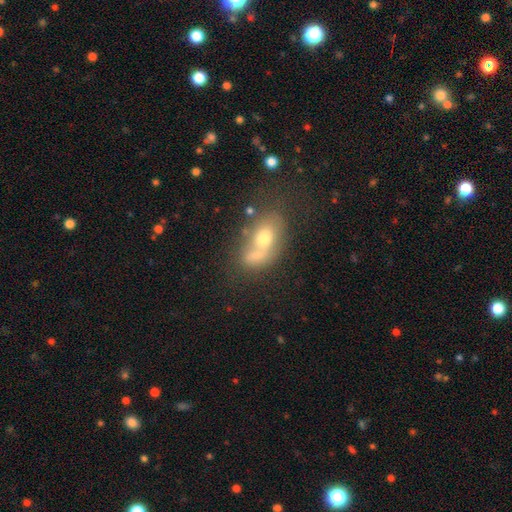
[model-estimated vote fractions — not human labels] smooth_or_featured: smooth (p=0.63) [alt: featured or disk p=0.26]
how_rounded: in between (p=0.75) [alt: round p=0.22]
merging: merger (p=0.53) [alt: none p=0.28]